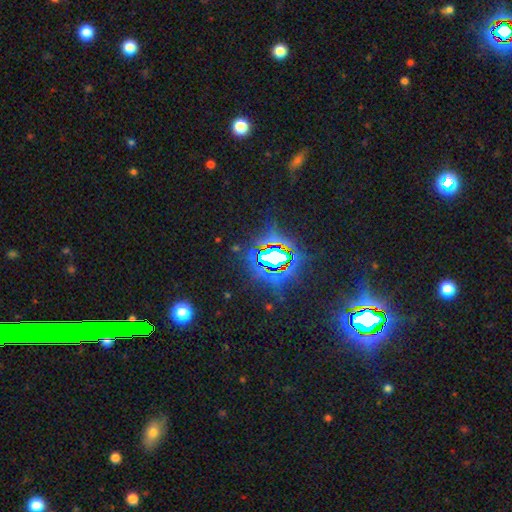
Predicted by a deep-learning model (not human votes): Q: Smooth or featured?
A: star or artifact (82%); runner-up: smooth (10%)